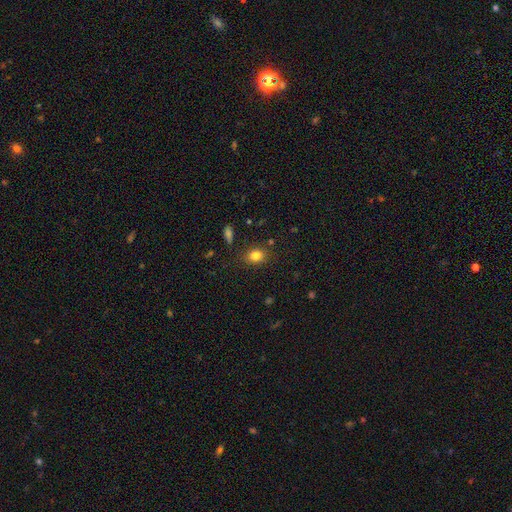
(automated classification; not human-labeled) smooth_or_featured: smooth (p=0.82) [alt: star or artifact p=0.11]
how_rounded: in between (p=0.54) [alt: round p=0.45]
merging: none (p=0.84) [alt: minor disturbance p=0.11]